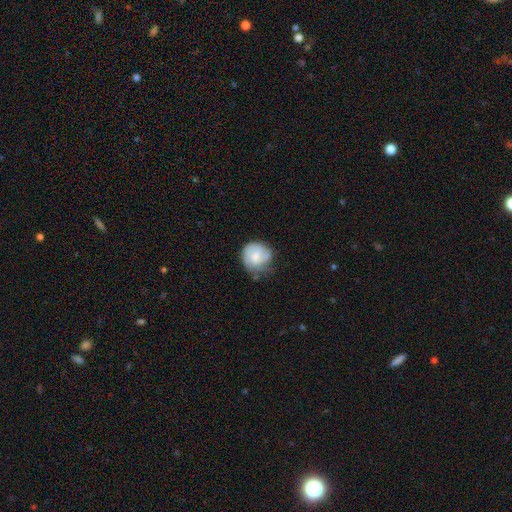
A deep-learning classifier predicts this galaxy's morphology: A smooth galaxy with no disk features (55%) that is round (85%).

Vote fractions:
- Smooth or featured? smooth: 55% / featured or disk: 38% / star or artifact: 7%
- How rounded? round: 85% / in between: 14% / cigar-shaped: 1%
- Merging? none: 56% / minor disturbance: 31% / major disturbance: 11% / merger: 2%